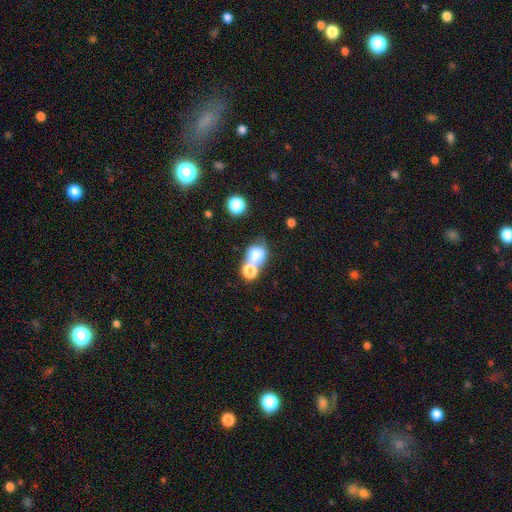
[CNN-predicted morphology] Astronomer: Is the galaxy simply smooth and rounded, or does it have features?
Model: smooth — 74%.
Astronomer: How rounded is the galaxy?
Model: round — 56% (runner-up: in between, 42%).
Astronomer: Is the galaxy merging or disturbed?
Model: merger — 56%.